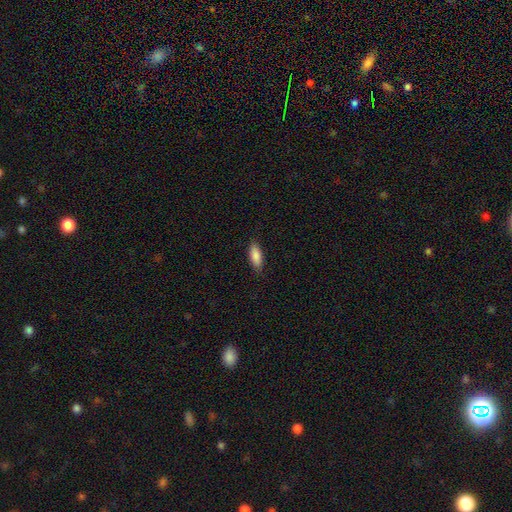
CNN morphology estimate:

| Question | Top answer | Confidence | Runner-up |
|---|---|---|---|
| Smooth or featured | smooth | 87% | featured or disk (7%) |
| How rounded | in between | 68% | cigar-shaped (30%) |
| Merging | none | 85% | minor disturbance (12%) |